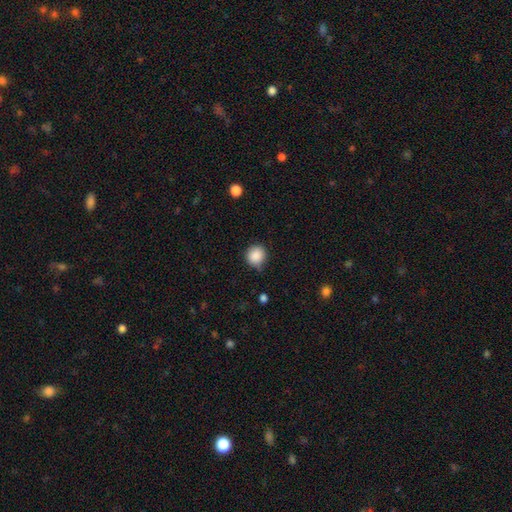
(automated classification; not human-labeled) smooth 88%, star or artifact 9%, featured or disk 4%. Down the decision tree: how rounded — round (90%); merging — none (75%).